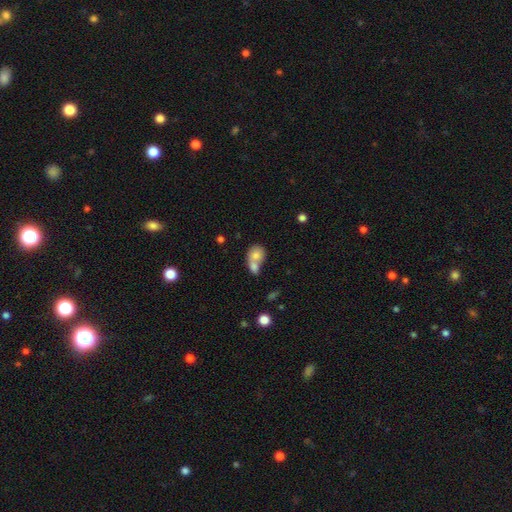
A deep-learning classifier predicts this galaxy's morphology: smooth_or_featured: smooth (p=0.76) [alt: featured or disk p=0.15]
how_rounded: round (p=0.59) [alt: in between p=0.40]
merging: merger (p=0.65) [alt: none p=0.24]